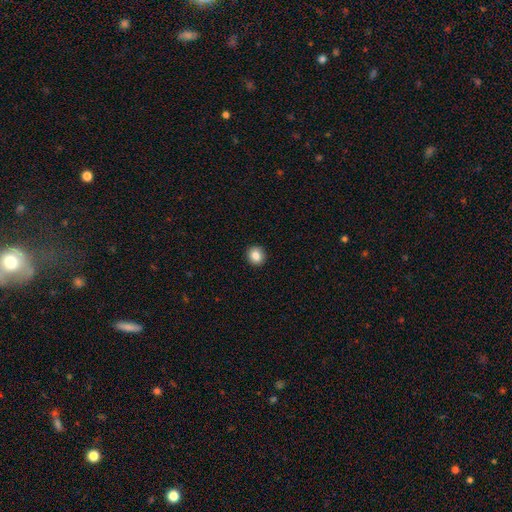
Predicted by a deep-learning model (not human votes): smooth 85%, star or artifact 9%, featured or disk 6%. Down the decision tree: how rounded — round (89%); merging — none (93%).